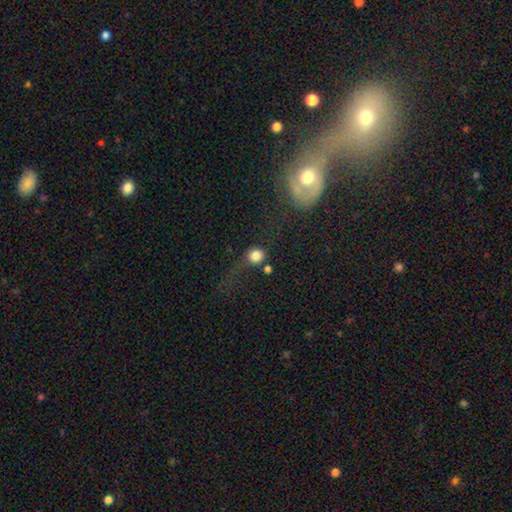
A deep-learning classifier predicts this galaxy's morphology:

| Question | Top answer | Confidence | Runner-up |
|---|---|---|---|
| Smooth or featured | smooth | 80% | star or artifact (12%) |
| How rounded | round | 89% | in between (10%) |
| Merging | none | 53% | major disturbance (17%) |